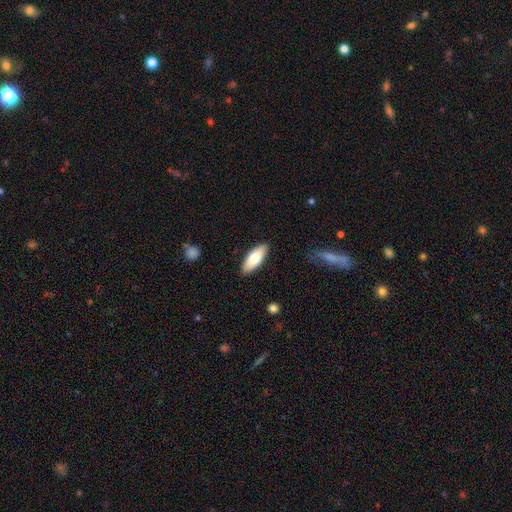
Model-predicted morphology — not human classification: This is likely a smooth galaxy (75%). How rounded: likely in between (76%). Merging: clearly none (88%).